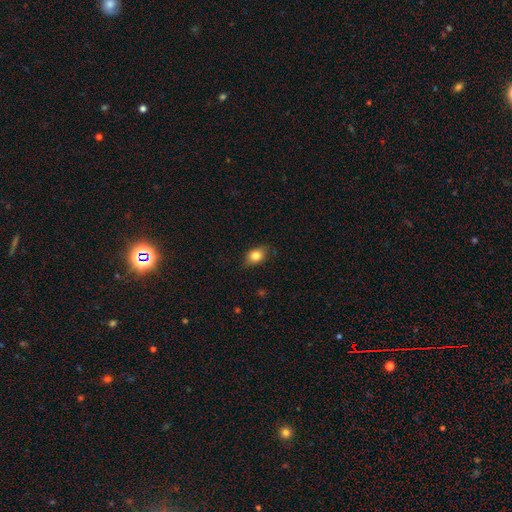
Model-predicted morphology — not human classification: smooth_or_featured: smooth (p=0.82) [alt: featured or disk p=0.09]
how_rounded: in between (p=0.66) [alt: round p=0.33]
merging: none (p=0.79) [alt: minor disturbance p=0.17]